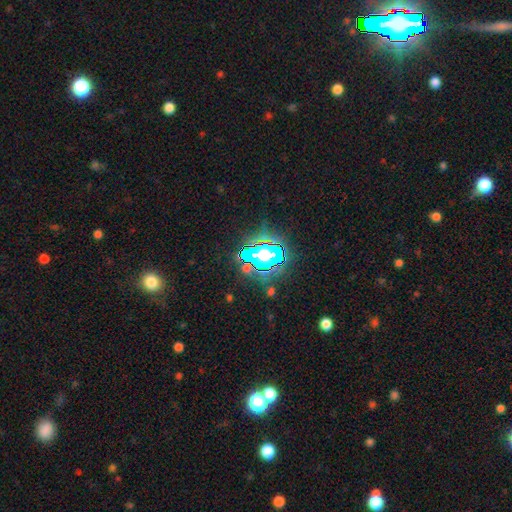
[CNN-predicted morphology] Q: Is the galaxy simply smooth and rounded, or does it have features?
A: star or artifact — 78%.